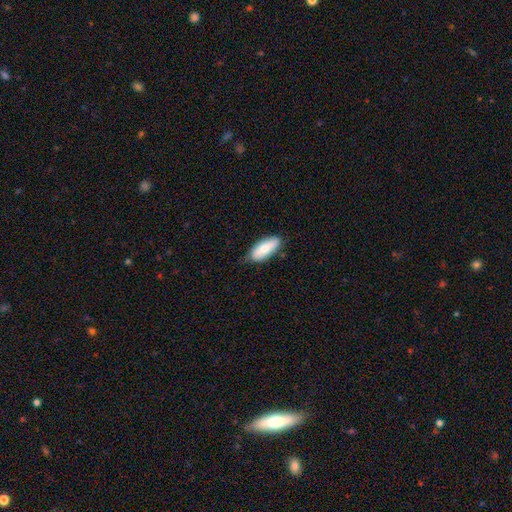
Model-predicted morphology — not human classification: smooth 71%, featured or disk 21%, star or artifact 8%. Down the decision tree: how rounded — in between (74%); merging — none (82%).